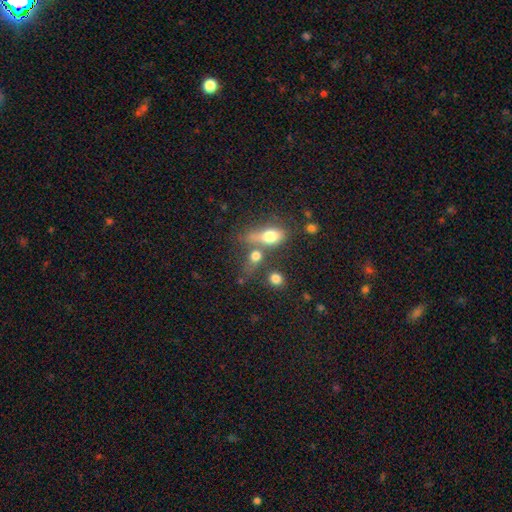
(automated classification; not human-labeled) Smooth or featured? Predicted: smooth (p=0.72). How rounded? Predicted: in between (p=0.52). Merging? Predicted: none (p=0.42).